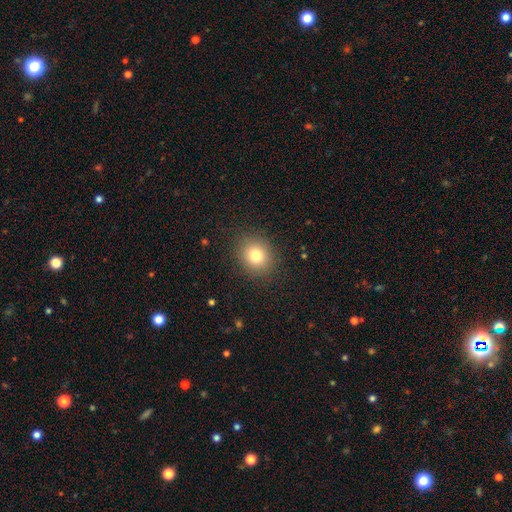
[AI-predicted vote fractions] A smooth galaxy with no disk features (79%) that is round (75%).

Vote fractions:
- Smooth or featured? smooth: 79% / star or artifact: 12% / featured or disk: 9%
- How rounded? round: 75% / in between: 24% / cigar-shaped: 1%
- Merging? none: 88% / minor disturbance: 8% / major disturbance: 3% / merger: 1%